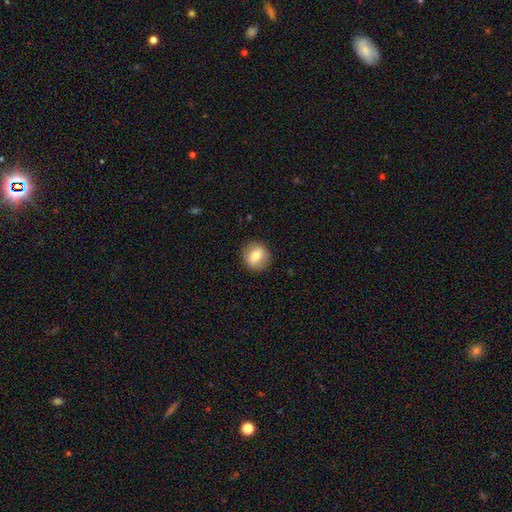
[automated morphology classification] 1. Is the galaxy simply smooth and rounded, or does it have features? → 73% smooth, 19% featured or disk, 9% star or artifact.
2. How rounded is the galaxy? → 86% round, 13% in between, 1% cigar-shaped.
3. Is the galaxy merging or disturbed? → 88% none, 9% minor disturbance, 3% major disturbance, 1% merger.